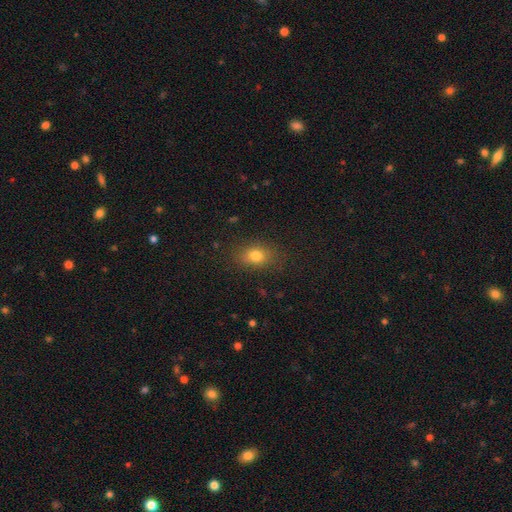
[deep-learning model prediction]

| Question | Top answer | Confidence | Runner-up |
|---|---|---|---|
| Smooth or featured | smooth | 78% | star or artifact (12%) |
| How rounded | in between | 74% | round (23%) |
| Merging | none | 82% | minor disturbance (13%) |